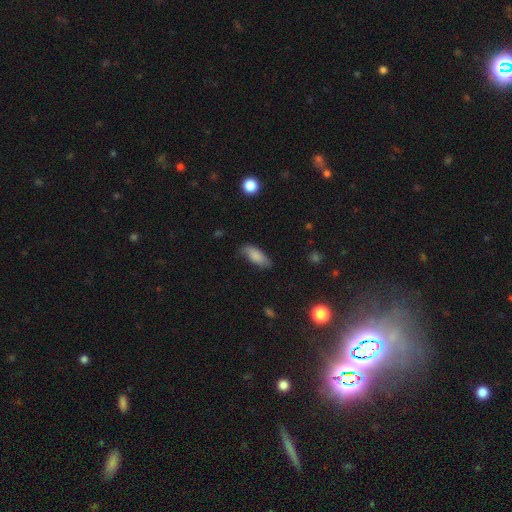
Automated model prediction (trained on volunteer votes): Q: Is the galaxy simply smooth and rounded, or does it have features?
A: smooth — 82%.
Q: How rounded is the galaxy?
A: in between — 78%.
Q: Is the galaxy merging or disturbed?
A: none — 73%.